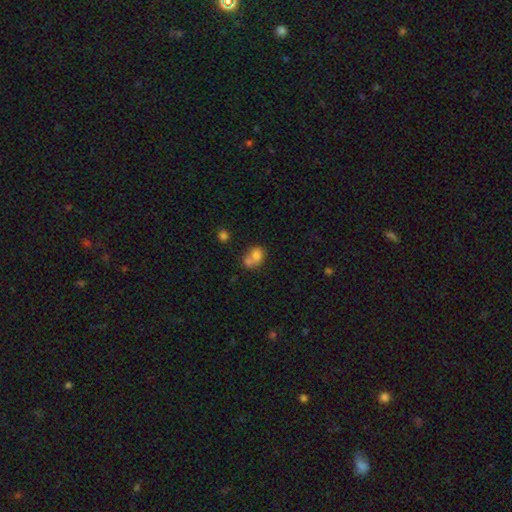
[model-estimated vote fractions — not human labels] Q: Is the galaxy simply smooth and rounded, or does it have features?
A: smooth — 74%.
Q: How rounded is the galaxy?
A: round — 53%.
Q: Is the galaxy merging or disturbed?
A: merger — 63%.